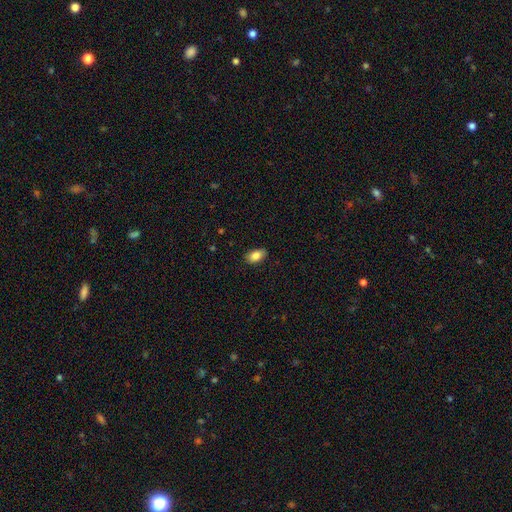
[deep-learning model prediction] A smooth galaxy with no disk features (86%) that is in between round and cigar-shaped (92%). Merging: none (85%).